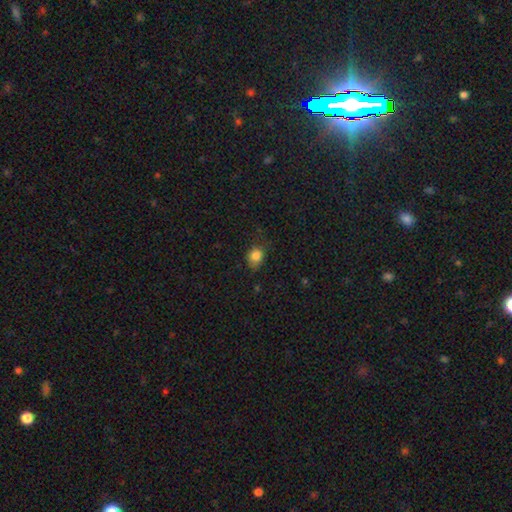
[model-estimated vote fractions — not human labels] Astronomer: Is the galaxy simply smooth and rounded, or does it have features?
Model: smooth — 83%.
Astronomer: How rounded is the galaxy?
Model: round — 56% (runner-up: in between, 43%).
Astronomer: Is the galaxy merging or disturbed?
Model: none — 65%.